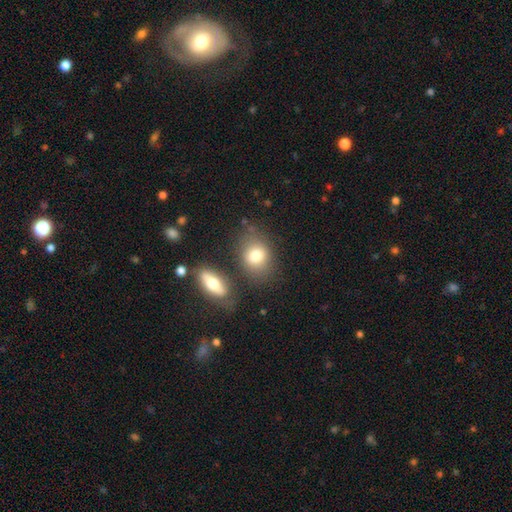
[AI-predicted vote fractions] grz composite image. It shows a smooth galaxy with no disk features (79%) that is in between round and cigar-shaped (63%). Merging: none (68%).